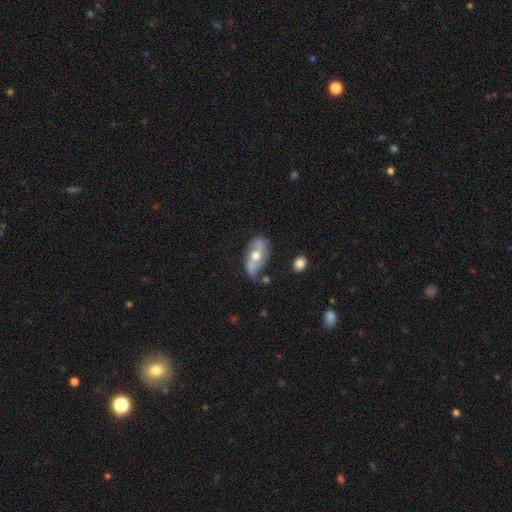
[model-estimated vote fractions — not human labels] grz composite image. It shows a featured or disk galaxy (74%) with no bar (54%), 2 (88%) loose (55%) spiral arms (83%) and a moderate central bulge (76%). Merging: none (61%).